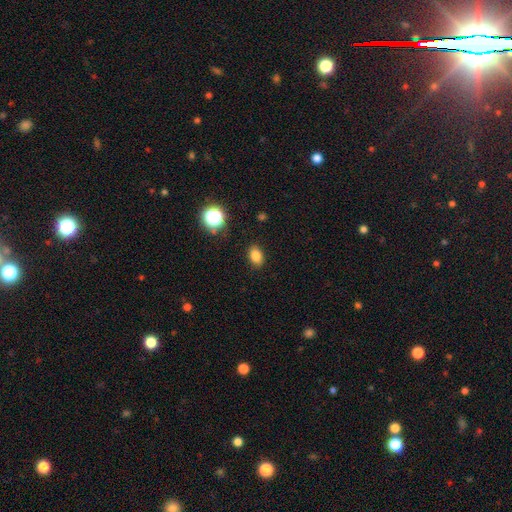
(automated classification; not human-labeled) Smooth or featured: smooth — 82% (star or artifact — 13%)
How rounded: in between — 79% (round — 19%)
Merging: none — 87% (minor disturbance — 9%)